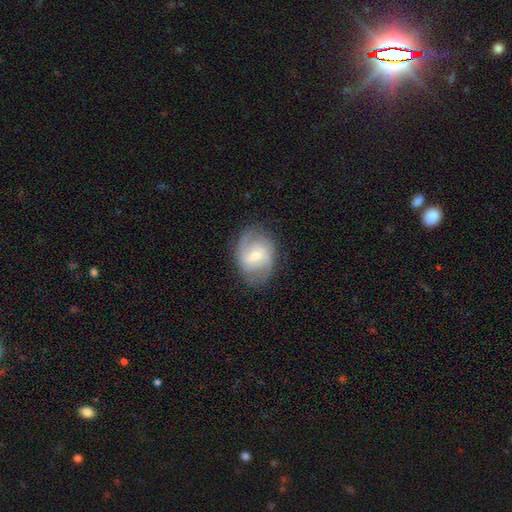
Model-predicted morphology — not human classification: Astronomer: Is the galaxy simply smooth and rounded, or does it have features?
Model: featured or disk — 74%.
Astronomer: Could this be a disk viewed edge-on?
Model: no — 97%.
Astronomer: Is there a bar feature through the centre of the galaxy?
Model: weak — 55%.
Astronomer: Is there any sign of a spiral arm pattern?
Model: yes — 90%.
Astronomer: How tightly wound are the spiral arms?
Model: medium — 48% (runner-up: tight, 27%).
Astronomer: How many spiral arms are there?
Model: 2 — 70%.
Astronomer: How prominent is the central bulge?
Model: small — 57% (runner-up: moderate, 37%).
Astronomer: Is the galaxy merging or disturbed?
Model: none — 75%.